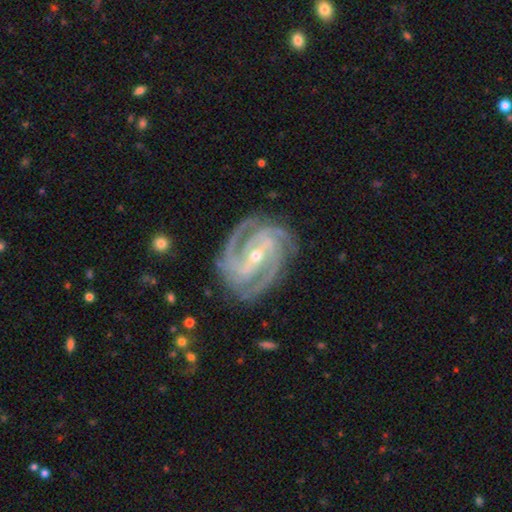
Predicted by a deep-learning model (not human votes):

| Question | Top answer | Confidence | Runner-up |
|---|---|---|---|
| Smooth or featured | featured or disk | 93% | star or artifact (4%) |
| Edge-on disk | no | 97% | yes (3%) |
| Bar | strong | 54% | weak (33%) |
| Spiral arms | yes | 99% | no (1%) |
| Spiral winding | tight | 62% | medium (35%) |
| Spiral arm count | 3 | 43% | 4 (26%) |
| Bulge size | small | 63% | moderate (34%) |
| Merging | none | 80% | minor disturbance (14%) |